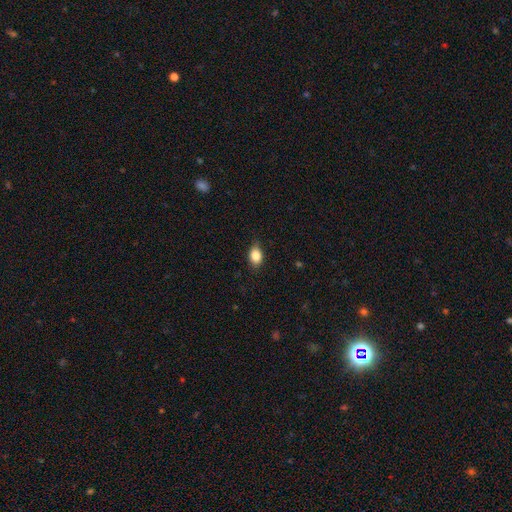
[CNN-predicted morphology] Overall: smooth (85%). How rounded: in between (77%). Merging: none (78%).